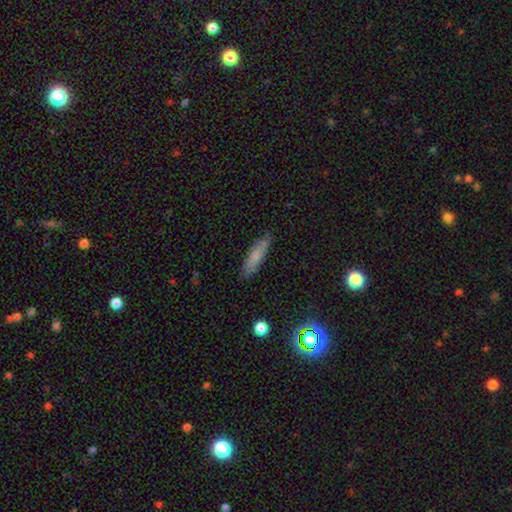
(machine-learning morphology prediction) smooth-or-featured: smooth: 76% | featured or disk: 16% | star or artifact: 8%
  how-rounded: cigar-shaped: 70% | in between: 28% | round: 2%
  merging: none: 84% | minor disturbance: 12% | major disturbance: 2% | merger: 1%